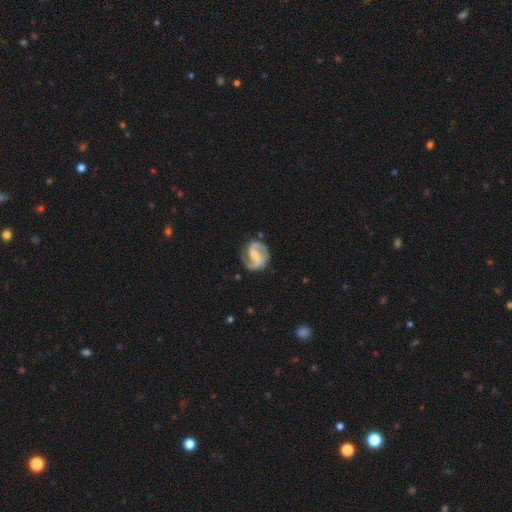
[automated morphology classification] Q: Smooth or featured?
A: featured or disk (88%); runner-up: smooth (7%)
Q: Edge-on disk?
A: no (98%); runner-up: yes (2%)
Q: Bar?
A: weak (44%); runner-up: strong (37%)
Q: Spiral arms?
A: yes (97%); runner-up: no (3%)
Q: Spiral winding?
A: medium (55%); runner-up: loose (25%)
Q: Spiral arm count?
A: 2 (92%); runner-up: 1 (3%)
Q: Bulge size?
A: small (39%); runner-up: moderate (32%)
Q: Merging?
A: none (79%); runner-up: minor disturbance (14%)